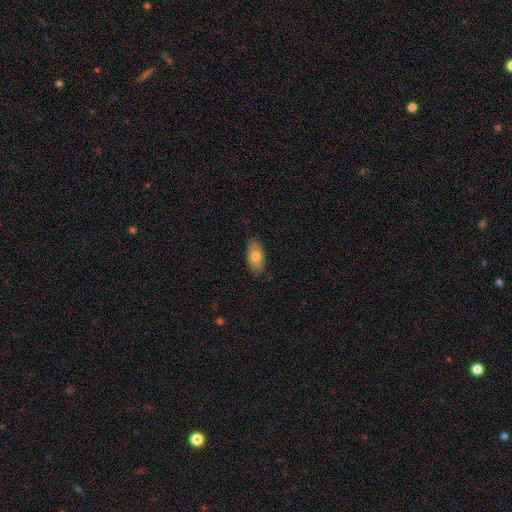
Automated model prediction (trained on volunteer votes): Smooth or featured: smooth — 76% (featured or disk — 18%)
How rounded: in between — 92% (cigar-shaped — 4%)
Merging: none — 85% (minor disturbance — 12%)